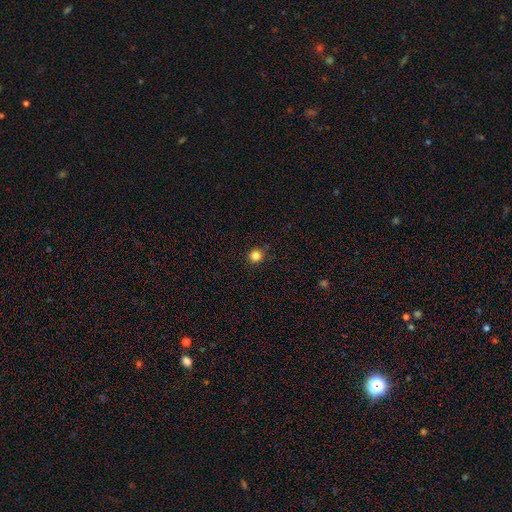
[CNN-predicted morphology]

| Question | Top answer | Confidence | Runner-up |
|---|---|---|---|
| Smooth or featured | smooth | 83% | star or artifact (13%) |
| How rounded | round | 93% | in between (6%) |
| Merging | none | 91% | minor disturbance (6%) |